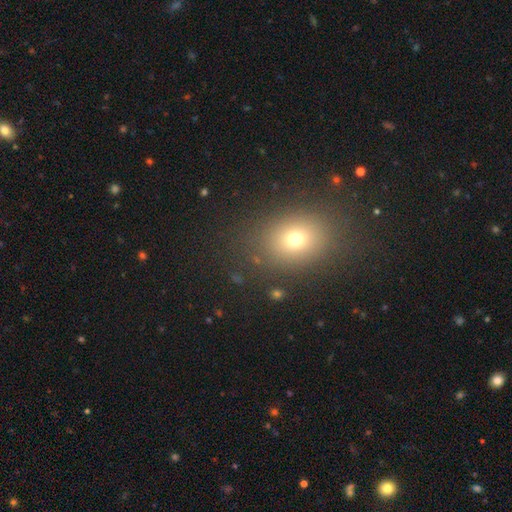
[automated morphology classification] Overall: smooth (66%). How rounded: in between (59%; round 40%). Merging: none (88%).